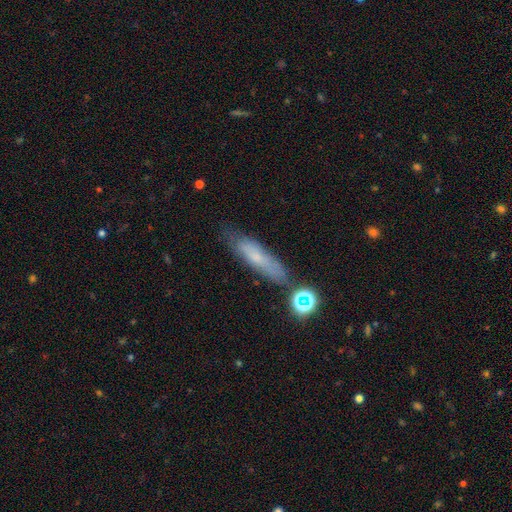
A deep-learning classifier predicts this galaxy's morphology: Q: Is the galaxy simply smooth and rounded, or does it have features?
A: smooth — 57%.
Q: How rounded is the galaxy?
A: cigar-shaped — 73%.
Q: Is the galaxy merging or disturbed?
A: none — 67%.